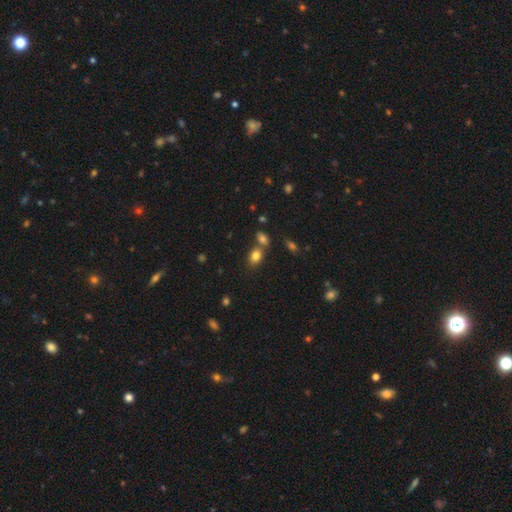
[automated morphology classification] A smooth galaxy with no disk features (81%) that is in between round and cigar-shaped (74%).

Vote fractions:
- Smooth or featured? smooth: 81% / star or artifact: 11% / featured or disk: 8%
- How rounded? in between: 74% / round: 25% / cigar-shaped: 2%
- Merging? none: 58% / merger: 27% / minor disturbance: 11% / major disturbance: 3%